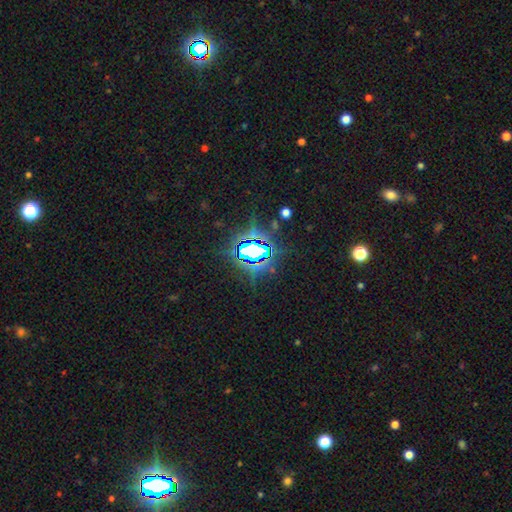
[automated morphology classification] Smooth or featured?
  - star or artifact: 78% *
  - smooth: 11%
  - featured or disk: 11%